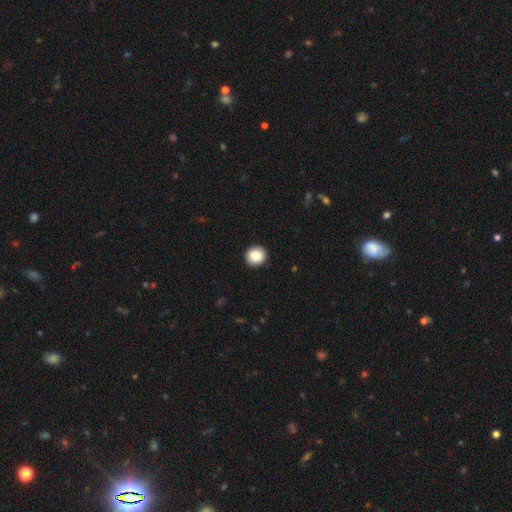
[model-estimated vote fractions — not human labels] This is clearly a smooth galaxy (84%). How rounded: clearly round (91%). Merging: clearly none (93%).